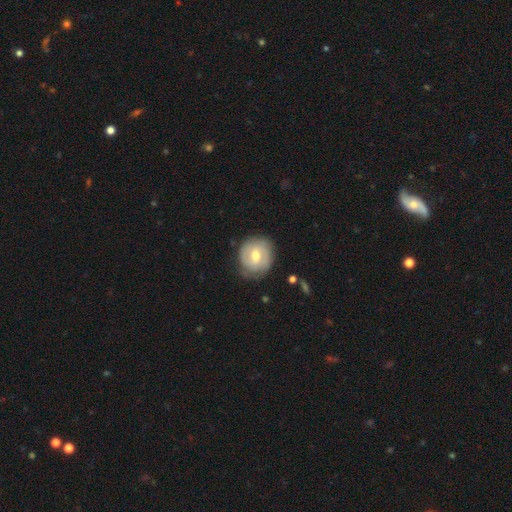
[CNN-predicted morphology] This is likely a featured or disk galaxy (60%). It is clearly not viewed edge-on (97%). Bar: possibly weak (49%). Spiral arm pattern: likely yes (80%). Central bulge: likely moderate (71%). Merging: likely none (76%).